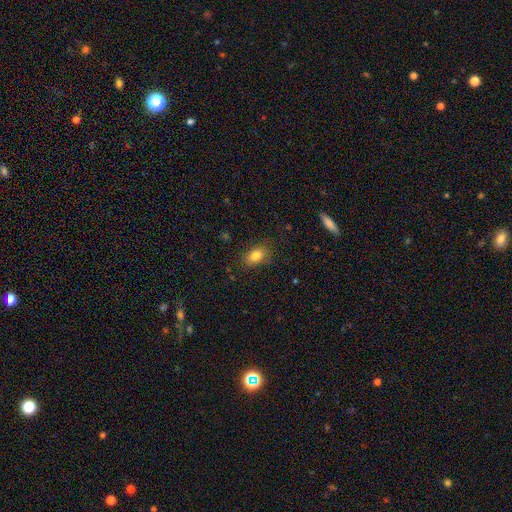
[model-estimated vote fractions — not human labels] Morphology: type=smooth (83%); roundness=in between (83%); merging=none (83%).